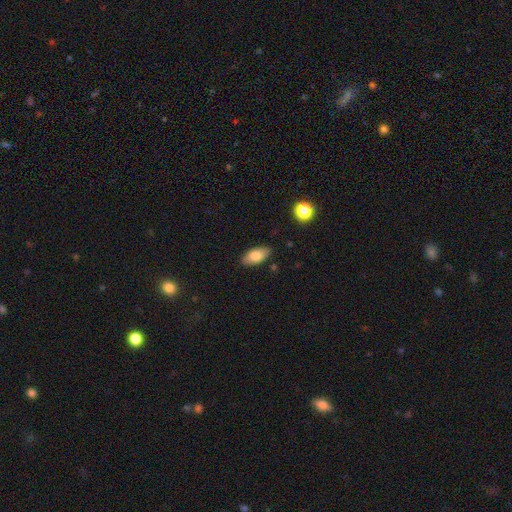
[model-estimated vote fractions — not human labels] Smooth or featured?
  - smooth: 79% *
  - featured or disk: 13%
  - star or artifact: 7%
How rounded?
  - in between: 91% *
  - cigar-shaped: 6%
  - round: 3%
Merging?
  - none: 85% *
  - minor disturbance: 12%
  - major disturbance: 2%
  - merger: 1%